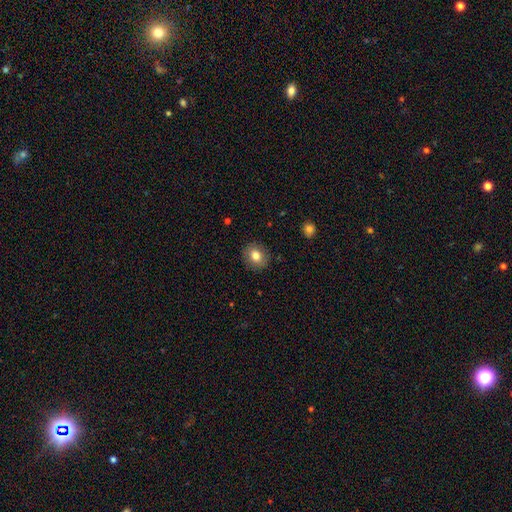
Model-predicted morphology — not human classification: Overall: smooth (80%). How rounded: round (74%). Merging: none (89%).